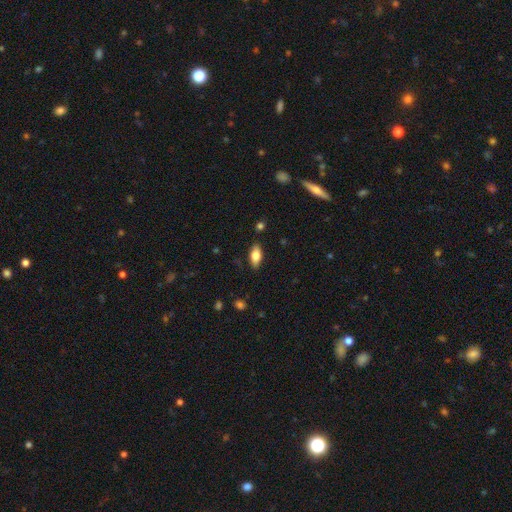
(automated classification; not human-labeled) A smooth galaxy with no disk features (76%) that is in between round and cigar-shaped (87%).

Vote fractions:
- Smooth or featured? smooth: 76% / featured or disk: 17% / star or artifact: 7%
- How rounded? in between: 87% / cigar-shaped: 10% / round: 3%
- Merging? none: 86% / minor disturbance: 11% / major disturbance: 2% / merger: 1%